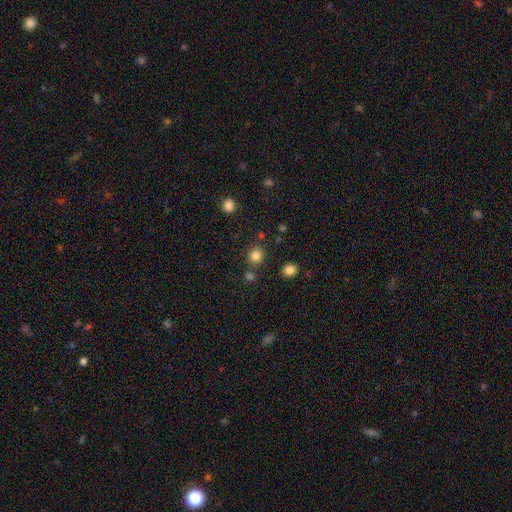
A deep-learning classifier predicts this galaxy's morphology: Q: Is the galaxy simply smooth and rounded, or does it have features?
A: smooth — 82%.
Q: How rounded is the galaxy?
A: round — 81%.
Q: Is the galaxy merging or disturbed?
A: none — 81%.